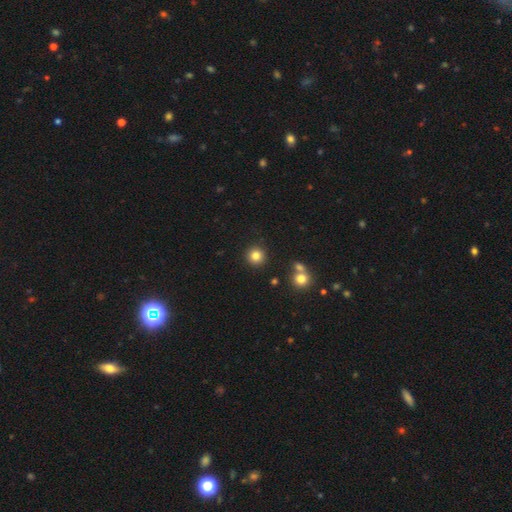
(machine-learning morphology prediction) smooth-or-featured: smooth: 82% | star or artifact: 12% | featured or disk: 6%
  how-rounded: round: 94% | in between: 5% | cigar-shaped: 1%
  merging: none: 89% | minor disturbance: 6% | merger: 3% | major disturbance: 2%